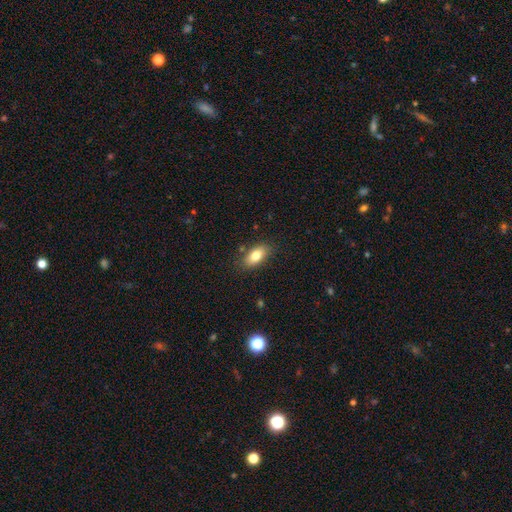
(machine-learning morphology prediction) smooth 79%, featured or disk 13%, star or artifact 8%. Down the decision tree: how rounded — in between (88%); merging — none (83%).